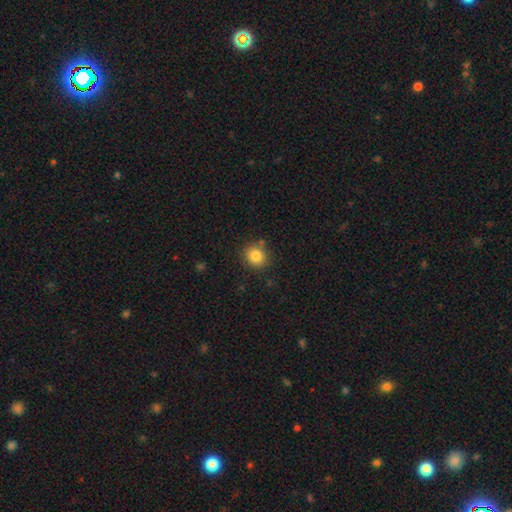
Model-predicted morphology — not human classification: A smooth galaxy with no disk features (84%) that is round (86%). Merging: none (83%).